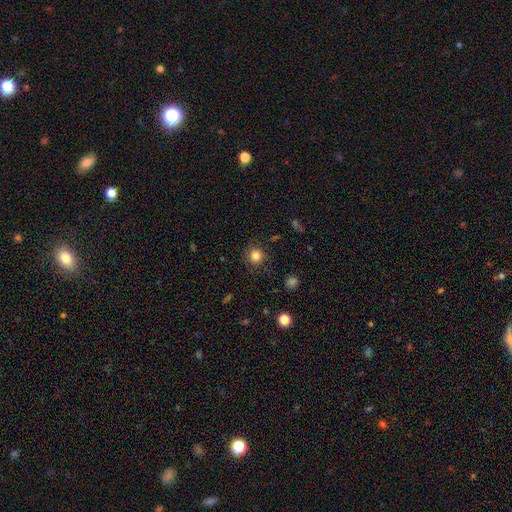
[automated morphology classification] type=smooth (83%); roundness=round (92%); merging=none (85%).